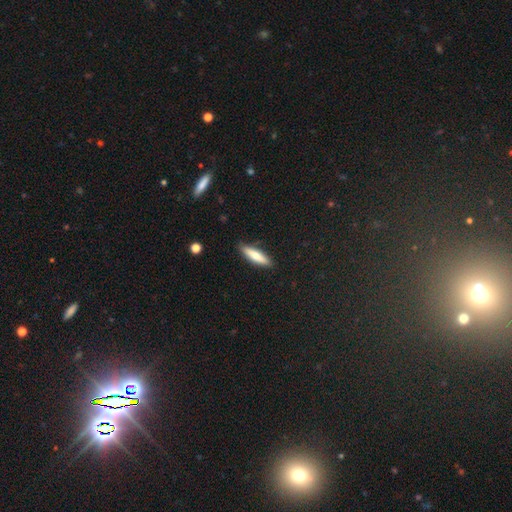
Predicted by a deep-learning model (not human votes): This appears to be a smooth galaxy with no disk features (73%) that is cigar-shaped (74%). Merging: none (86%).